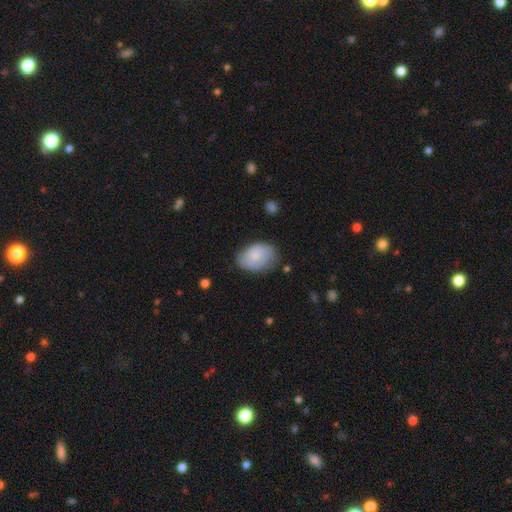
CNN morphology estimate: type=smooth (68%); roundness=in between (84%); merging=none (64%).